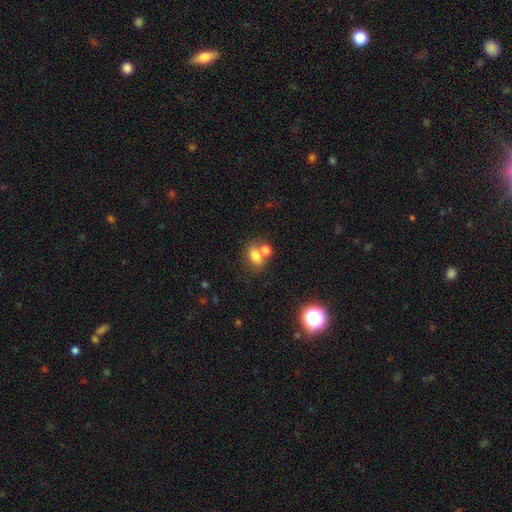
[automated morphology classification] type=smooth (75%); roundness=in between (72%); merging=none (44%).